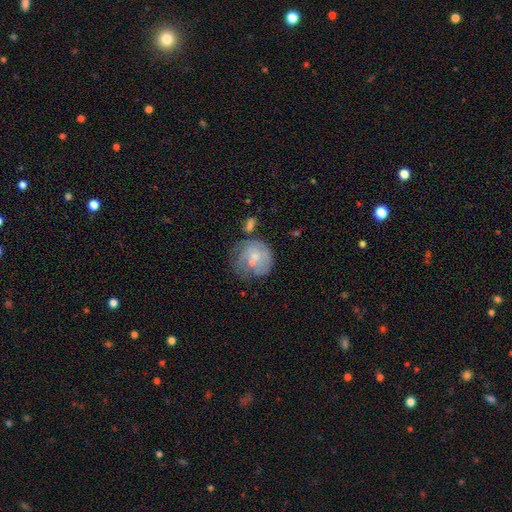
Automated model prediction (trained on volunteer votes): Overall: smooth (51%; featured or disk 40%). How rounded: round (82%). Merging: none (44%; minor disturbance 24%).